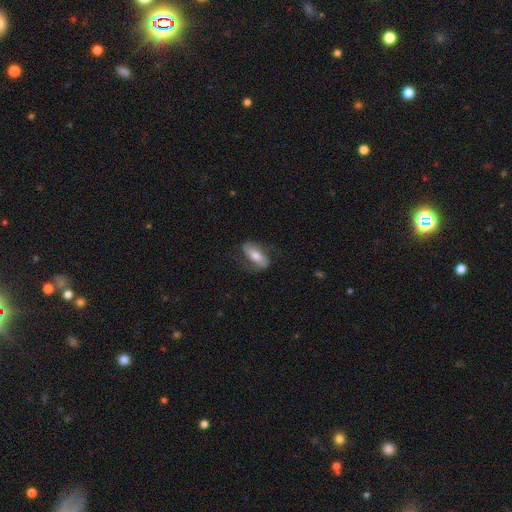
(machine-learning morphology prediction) smooth 49%, featured or disk 44%, star or artifact 7%. Down the decision tree: merging — none (69%).